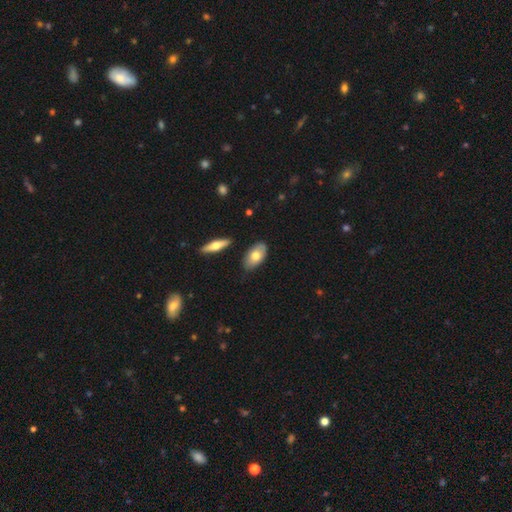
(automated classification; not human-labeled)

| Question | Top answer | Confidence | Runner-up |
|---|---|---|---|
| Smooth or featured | smooth | 69% | featured or disk (25%) |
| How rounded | in between | 91% | cigar-shaped (5%) |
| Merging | none | 78% | minor disturbance (16%) |